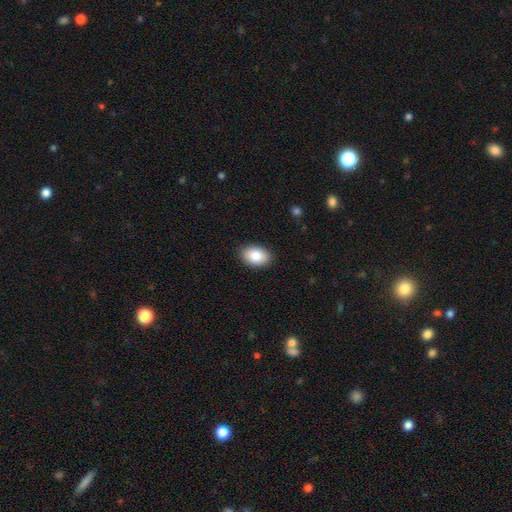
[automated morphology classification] This appears to be a smooth galaxy with no disk features (85%) that is in between round and cigar-shaped (88%). Merging: none (88%).